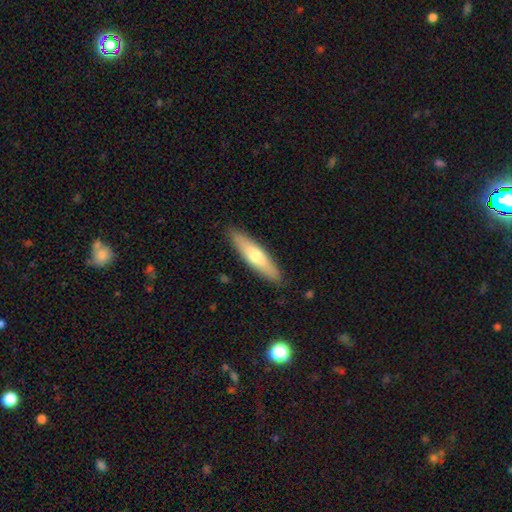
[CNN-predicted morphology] smooth-or-featured: smooth: 58% | featured or disk: 37% | star or artifact: 5%
  how-rounded: cigar-shaped: 73% | in between: 25% | round: 2%
  merging: none: 89% | minor disturbance: 9% | major disturbance: 2% | merger: 1%